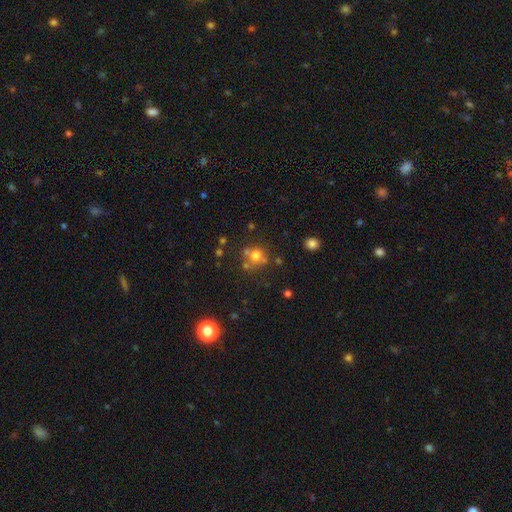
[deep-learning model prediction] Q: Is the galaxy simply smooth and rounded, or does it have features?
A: smooth — 66%.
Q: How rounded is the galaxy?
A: round — 85%.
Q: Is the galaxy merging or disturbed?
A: none — 59%.